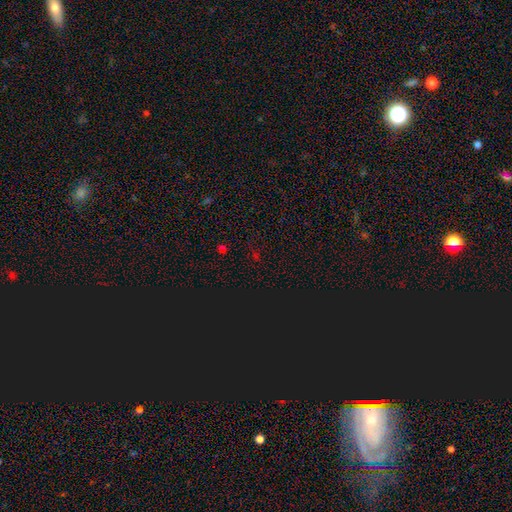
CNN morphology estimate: smooth_or_featured: star or artifact (p=0.71) [alt: smooth p=0.21]